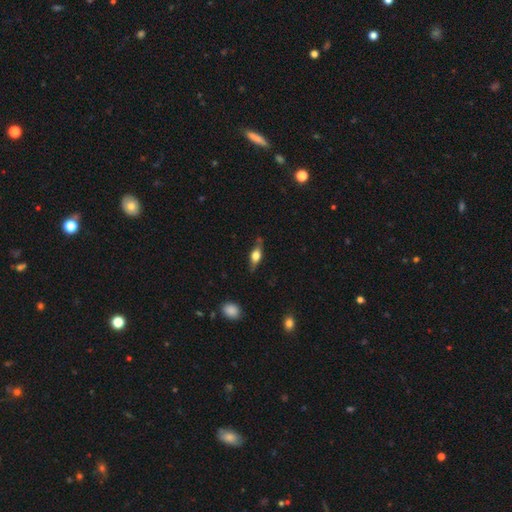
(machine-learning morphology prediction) This is possibly a featured or disk galaxy (54%). It is clearly viewed edge-on (92%). Merging: likely none (77%).